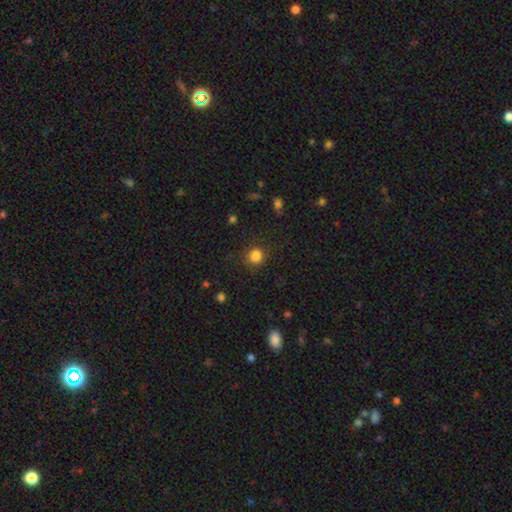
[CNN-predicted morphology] This appears to be a smooth galaxy with no disk features (84%) that is round (84%). Merging: none (84%).